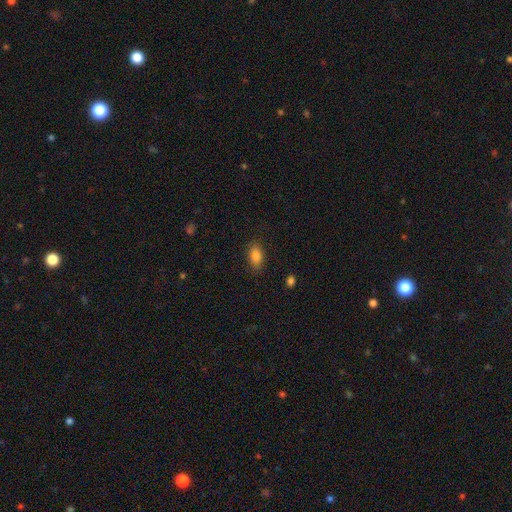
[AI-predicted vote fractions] smooth-or-featured: smooth: 85% | star or artifact: 9% | featured or disk: 6%
  how-rounded: in between: 89% | round: 6% | cigar-shaped: 5%
  merging: none: 85% | minor disturbance: 11% | major disturbance: 3% | merger: 1%